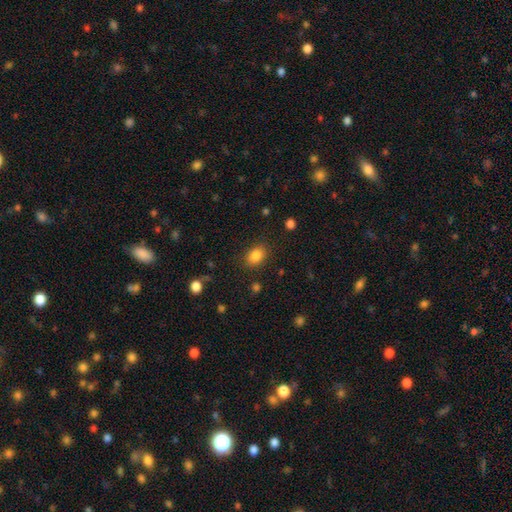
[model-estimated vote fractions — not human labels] Smooth or featured?
  - smooth: 84% *
  - star or artifact: 10%
  - featured or disk: 6%
How rounded?
  - in between: 72% *
  - round: 26%
  - cigar-shaped: 1%
Merging?
  - none: 85% *
  - minor disturbance: 10%
  - major disturbance: 3%
  - merger: 2%